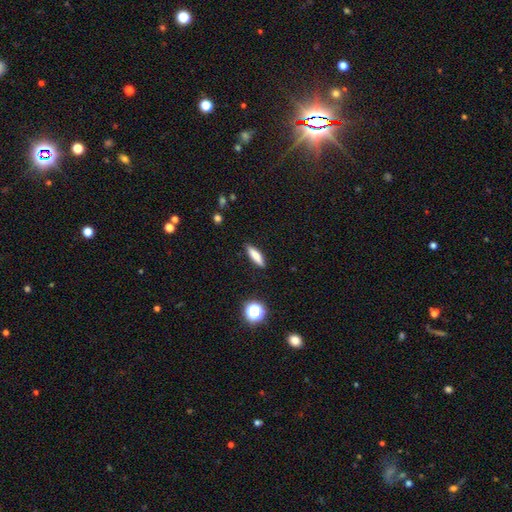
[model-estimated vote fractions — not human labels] smooth_or_featured: smooth (p=0.73) [alt: featured or disk p=0.18]
how_rounded: cigar-shaped (p=0.69) [alt: in between p=0.28]
merging: none (p=0.89) [alt: minor disturbance p=0.08]